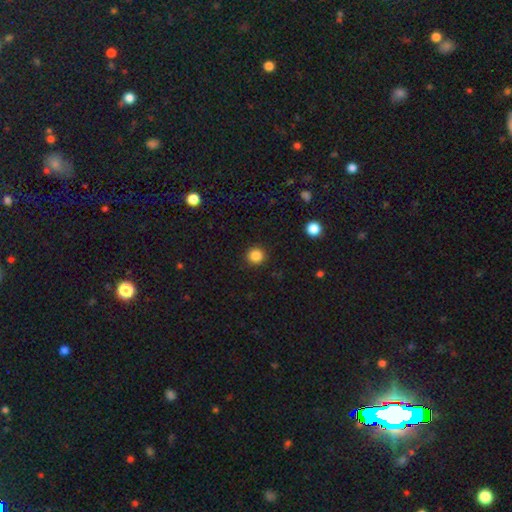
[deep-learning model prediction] Overall: smooth (86%). How rounded: round (93%). Merging: none (92%).